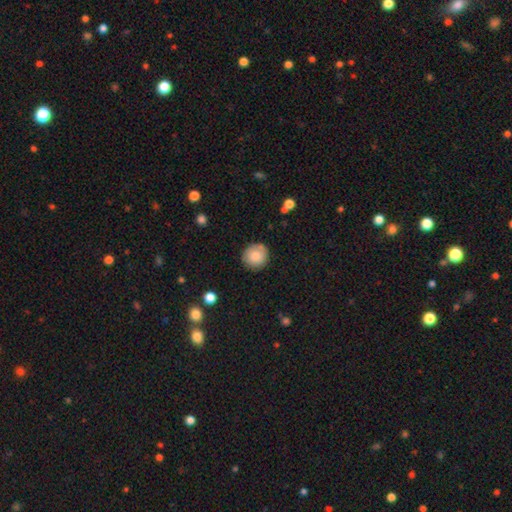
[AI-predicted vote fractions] A smooth galaxy with no disk features (84%) that is round (92%).

Vote fractions:
- Smooth or featured? smooth: 84% / featured or disk: 8% / star or artifact: 8%
- How rounded? round: 92% / in between: 7% / cigar-shaped: 1%
- Merging? none: 84% / minor disturbance: 11% / merger: 3% / major disturbance: 2%